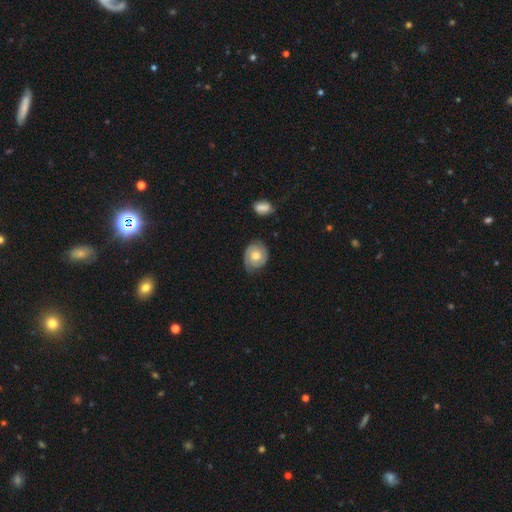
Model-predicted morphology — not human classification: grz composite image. It shows a featured or disk galaxy (64%) with no bar (79%), 2 (72%) tight (65%) spiral arms (87%) and a moderate central bulge (68%). Merging: none (71%).